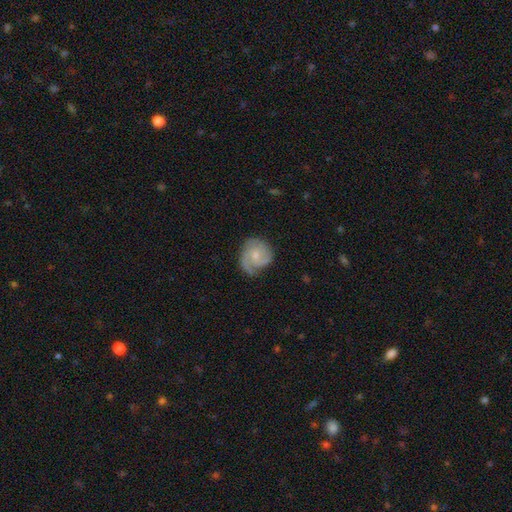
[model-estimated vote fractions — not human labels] Smooth or featured? Predicted: featured or disk (p=0.73). Edge-on disk? Predicted: no (p=0.98). Bar? Predicted: no (p=0.70). Spiral arms? Predicted: yes (p=0.94). Spiral winding? Predicted: tight (p=0.48). Spiral arm count? Predicted: 2 (p=0.39). Bulge size? Predicted: small (p=0.56). Merging? Predicted: none (p=0.62).